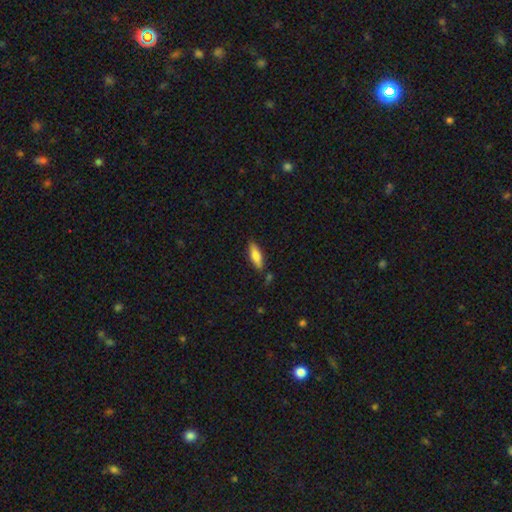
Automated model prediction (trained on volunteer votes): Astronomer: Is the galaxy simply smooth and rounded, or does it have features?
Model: smooth — 75%.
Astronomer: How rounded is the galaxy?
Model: in between — 50% (runner-up: cigar-shaped, 48%).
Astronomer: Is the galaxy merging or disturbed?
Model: none — 79%.